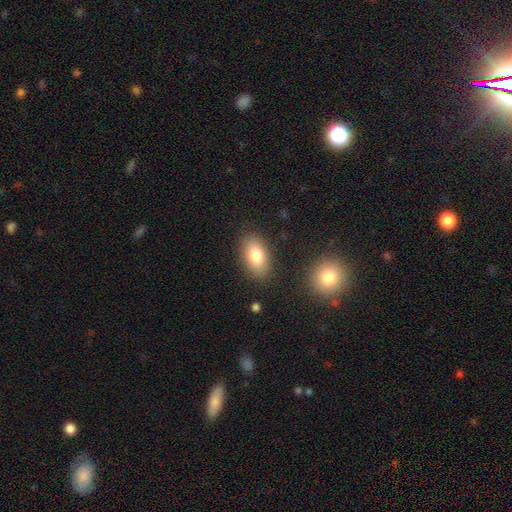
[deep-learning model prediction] smooth 81%, featured or disk 11%, star or artifact 8%. Down the decision tree: how rounded — in between (92%); merging — none (85%).